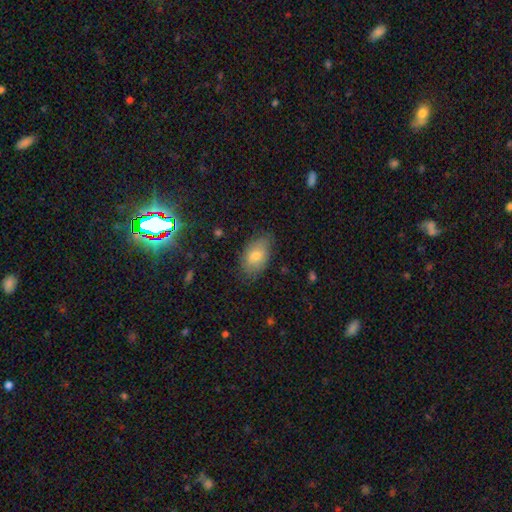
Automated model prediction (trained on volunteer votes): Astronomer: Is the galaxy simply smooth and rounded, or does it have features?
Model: smooth — 72%.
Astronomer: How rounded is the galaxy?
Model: in between — 89%.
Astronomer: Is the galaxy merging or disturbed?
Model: none — 71%.